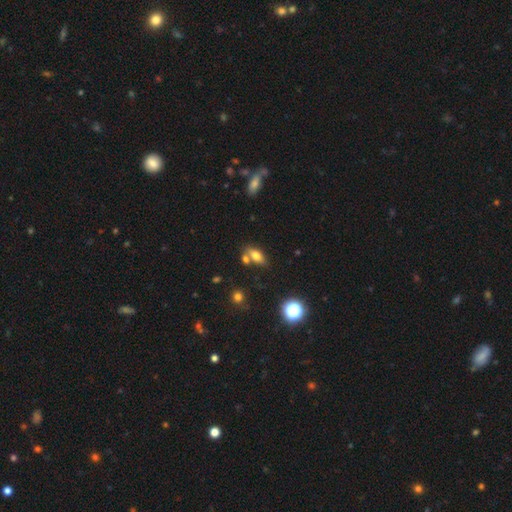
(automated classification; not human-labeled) The model was most divided on "merging": none: 58%, merger: 25%, minor disturbance: 13%, major disturbance: 4%. More confident: how rounded — in between (80%); smooth or featured — smooth (70%).